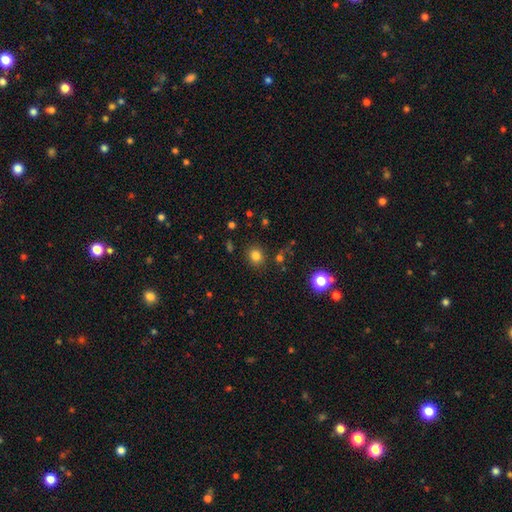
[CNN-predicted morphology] Smooth or featured? Predicted: smooth (p=0.80). How rounded? Predicted: round (p=0.79). Merging? Predicted: none (p=0.85).